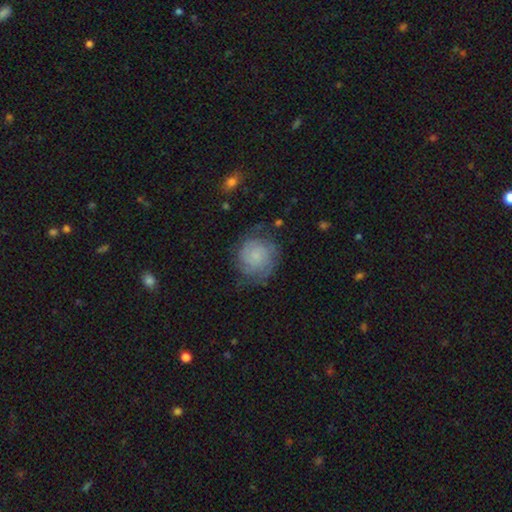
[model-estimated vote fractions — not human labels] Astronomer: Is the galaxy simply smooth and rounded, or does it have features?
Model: featured or disk — 52% (runner-up: smooth, 39%).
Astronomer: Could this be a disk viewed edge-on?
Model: no — 98%.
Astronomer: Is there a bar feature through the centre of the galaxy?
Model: no — 79%.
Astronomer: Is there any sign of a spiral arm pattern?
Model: yes — 86%.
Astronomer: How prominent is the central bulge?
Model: small — 57%.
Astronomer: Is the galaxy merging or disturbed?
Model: none — 63%.